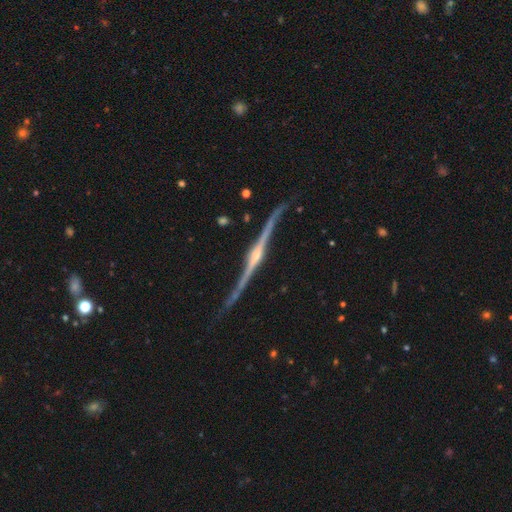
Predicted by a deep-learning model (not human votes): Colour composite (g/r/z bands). It shows a featured or disk galaxy (90%) viewed edge-on (97%) with a rounded central bulge (84%). Merging: none (76%).